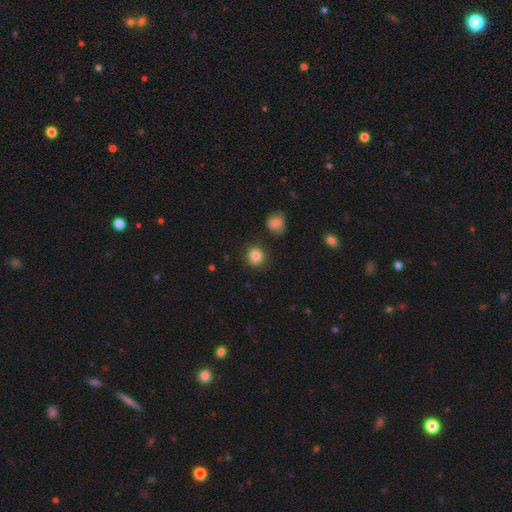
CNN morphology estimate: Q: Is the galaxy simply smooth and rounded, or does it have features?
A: smooth — 85%.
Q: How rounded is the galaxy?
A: round — 88%.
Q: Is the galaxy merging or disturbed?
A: none — 85%.